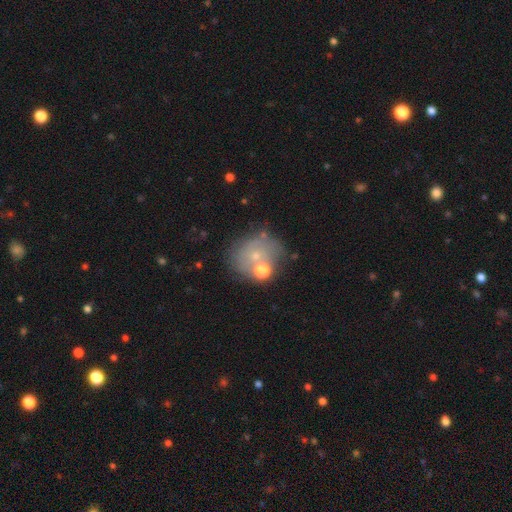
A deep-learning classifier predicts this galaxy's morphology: smooth 48%, featured or disk 33%, star or artifact 18%. Down the decision tree: merging — none (57%).